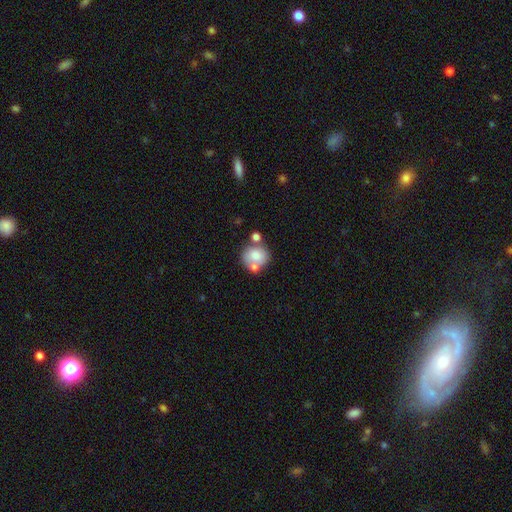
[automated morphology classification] smooth-or-featured: smooth: 75% | featured or disk: 17% | star or artifact: 9%
  how-rounded: round: 79% | in between: 20% | cigar-shaped: 1%
  merging: none: 54% | merger: 27% | minor disturbance: 14% | major disturbance: 5%